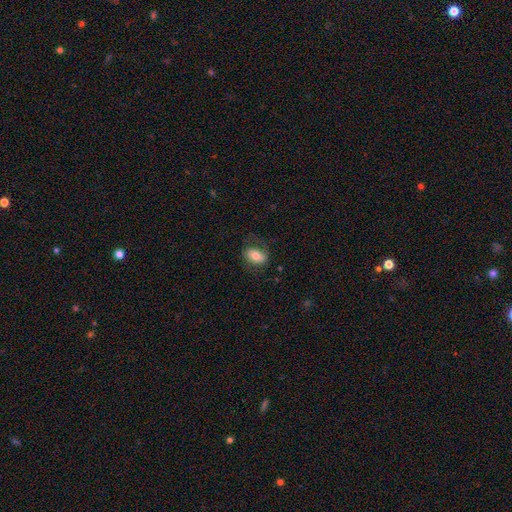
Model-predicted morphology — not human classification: This is likely a smooth galaxy (71%). How rounded: clearly in between (84%). Merging: likely none (67%).